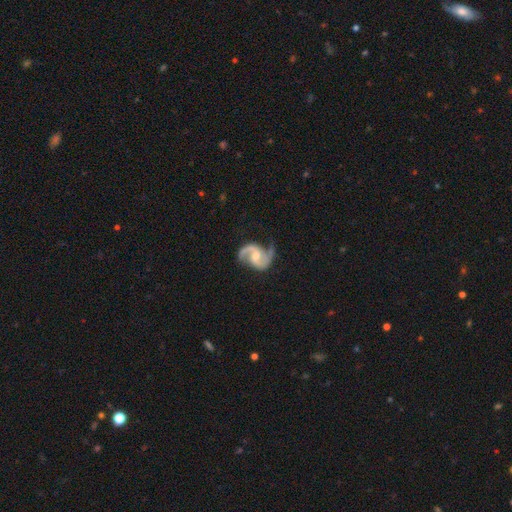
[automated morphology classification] Smooth or featured: featured or disk — 91% (smooth — 5%)
Edge-on disk: no — 98% (yes — 2%)
Bar: weak — 48% (no — 39%)
Spiral arms: yes — 98% (no — 2%)
Spiral winding: medium — 56% (loose — 32%)
Spiral arm count: 2 — 93% (1 — 2%)
Bulge size: moderate — 48% (small — 35%)
Merging: none — 70% (minor disturbance — 20%)